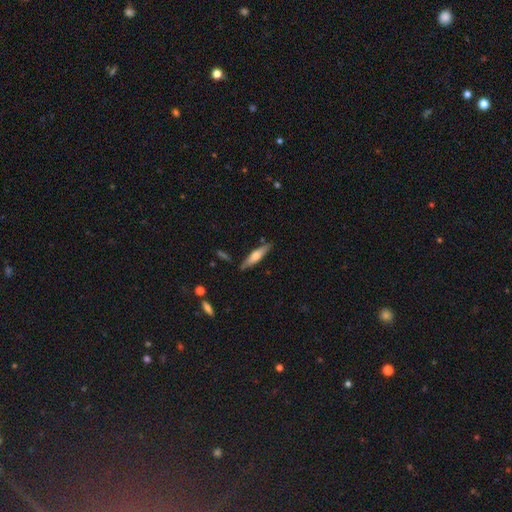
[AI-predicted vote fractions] smooth-or-featured: smooth: 50% | featured or disk: 44% | star or artifact: 6%
  how-rounded: cigar-shaped: 79% | in between: 20% | round: 2%
  merging: none: 83% | minor disturbance: 12% | merger: 3% | major disturbance: 2%